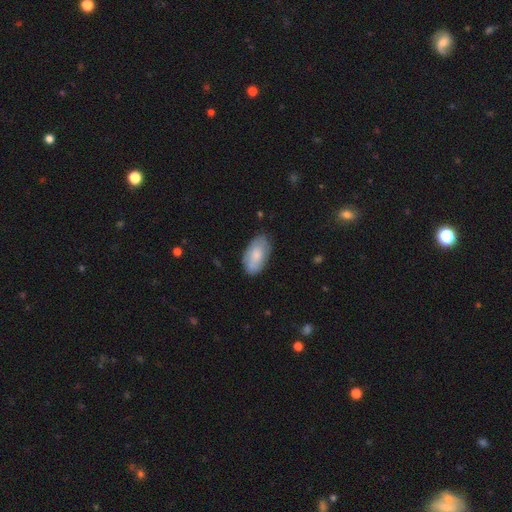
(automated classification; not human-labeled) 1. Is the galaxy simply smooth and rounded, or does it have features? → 73% smooth, 21% featured or disk, 6% star or artifact.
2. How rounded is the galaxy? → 94% in between, 3% round, 3% cigar-shaped.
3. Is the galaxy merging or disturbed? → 74% none, 20% minor disturbance, 4% major disturbance, 2% merger.